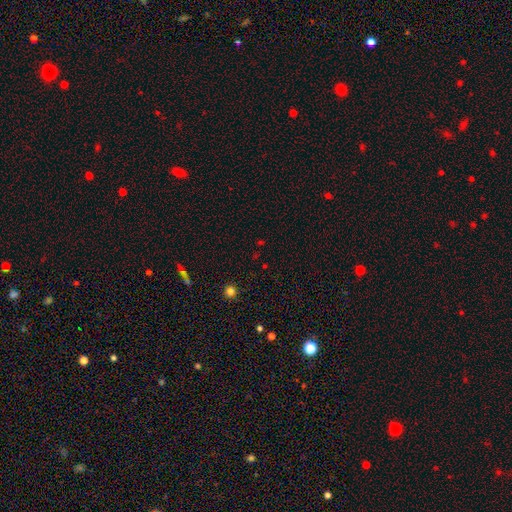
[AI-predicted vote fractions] Smooth or featured? Predicted: star or artifact (p=0.57).